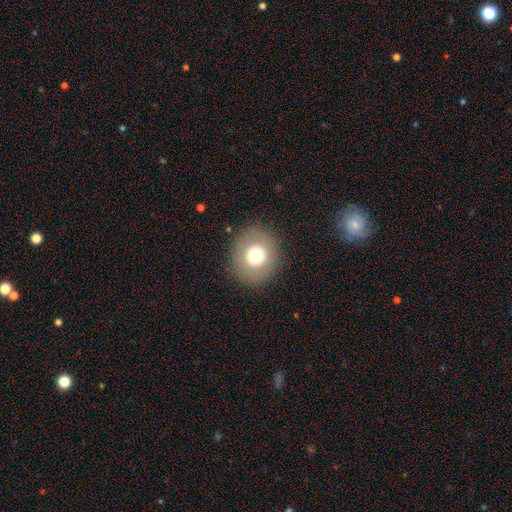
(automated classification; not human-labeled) Overall: smooth (70%). How rounded: round (81%). Merging: none (87%).